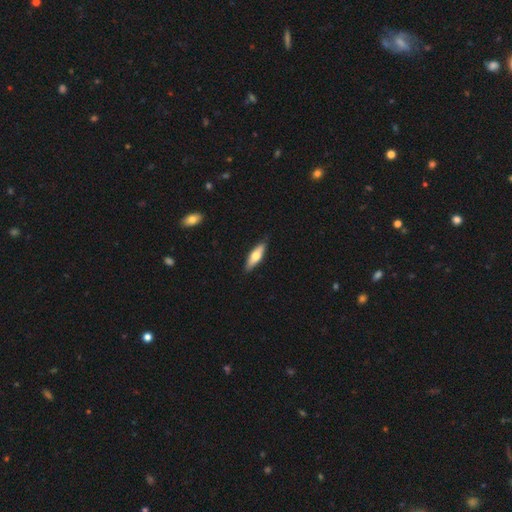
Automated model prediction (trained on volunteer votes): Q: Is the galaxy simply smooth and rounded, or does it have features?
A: smooth — 59%.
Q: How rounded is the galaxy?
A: cigar-shaped — 55%.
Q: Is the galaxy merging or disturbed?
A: none — 87%.